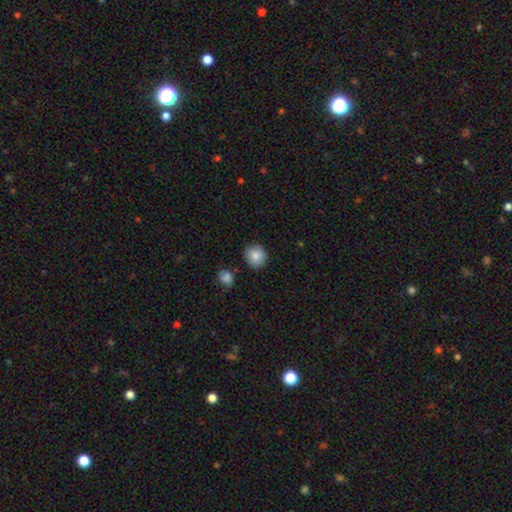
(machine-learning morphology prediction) This appears to be a smooth galaxy with no disk features (86%) that is round (88%). Merging: none (87%).